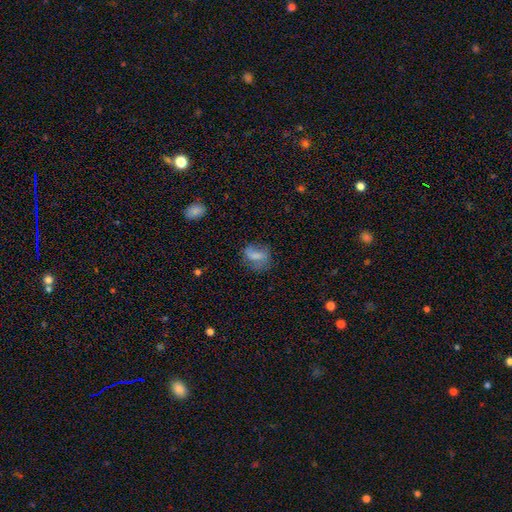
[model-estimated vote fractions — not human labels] smooth_or_featured: smooth (p=0.61) [alt: featured or disk p=0.28]
how_rounded: in between (p=0.68) [alt: round p=0.27]
merging: none (p=0.49) [alt: minor disturbance p=0.27]